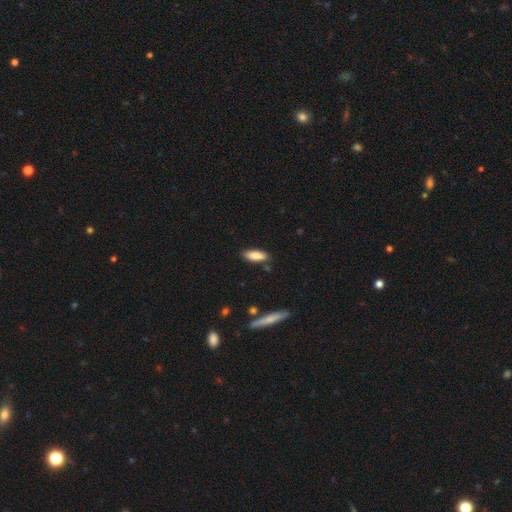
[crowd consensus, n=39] Overall: smooth (82%). How rounded: in between (69%; cigar-shaped 31%). Merging: none (94%).